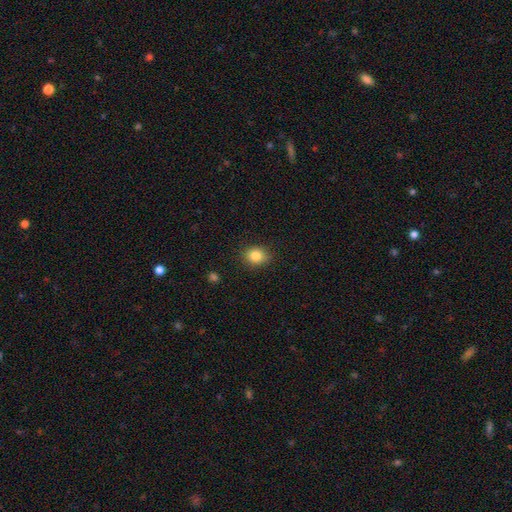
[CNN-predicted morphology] smooth-or-featured: smooth: 84% | star or artifact: 10% | featured or disk: 6%
  how-rounded: round: 65% | in between: 34% | cigar-shaped: 1%
  merging: none: 86% | minor disturbance: 10% | major disturbance: 2% | merger: 1%